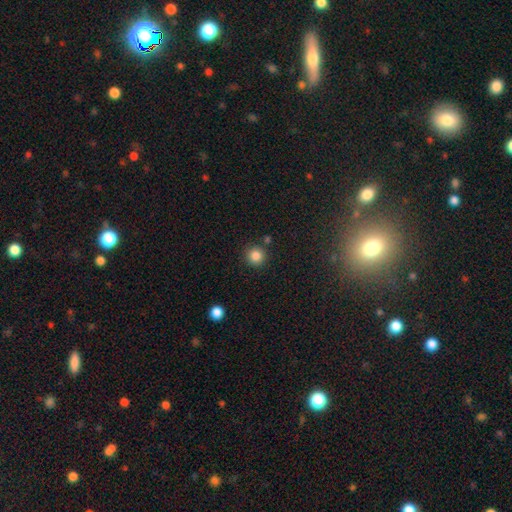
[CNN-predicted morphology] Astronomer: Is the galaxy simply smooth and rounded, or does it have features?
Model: smooth — 85%.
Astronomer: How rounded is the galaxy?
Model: round — 94%.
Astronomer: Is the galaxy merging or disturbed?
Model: none — 86%.